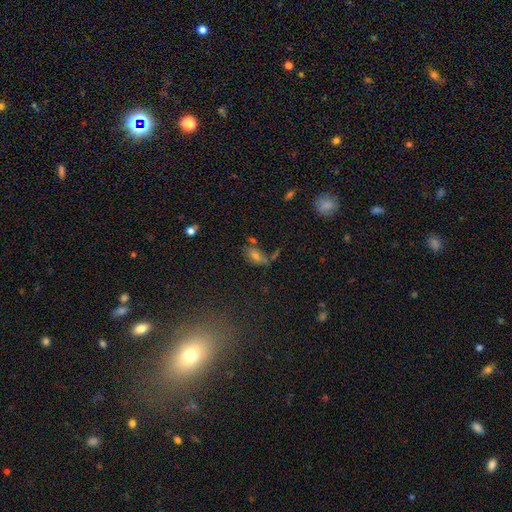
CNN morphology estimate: A smooth galaxy with no disk features (52%) that is in between round and cigar-shaped (79%). Merging: none (41%).